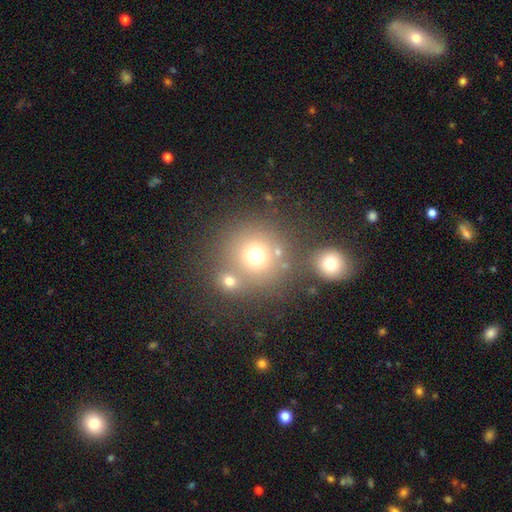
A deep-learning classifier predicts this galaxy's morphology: A smooth galaxy with no disk features (70%) that is round (91%).

Vote fractions:
- Smooth or featured? smooth: 70% / star or artifact: 17% / featured or disk: 12%
- How rounded? round: 91% / in between: 8% / cigar-shaped: 1%
- Merging? none: 59% / merger: 27% / minor disturbance: 9% / major disturbance: 5%